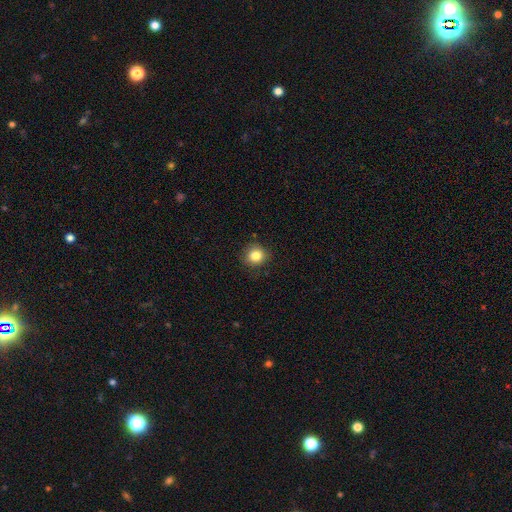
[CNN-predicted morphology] smooth_or_featured: smooth (p=0.84) [alt: star or artifact p=0.11]
how_rounded: round (p=0.89) [alt: in between p=0.10]
merging: none (p=0.87) [alt: minor disturbance p=0.10]